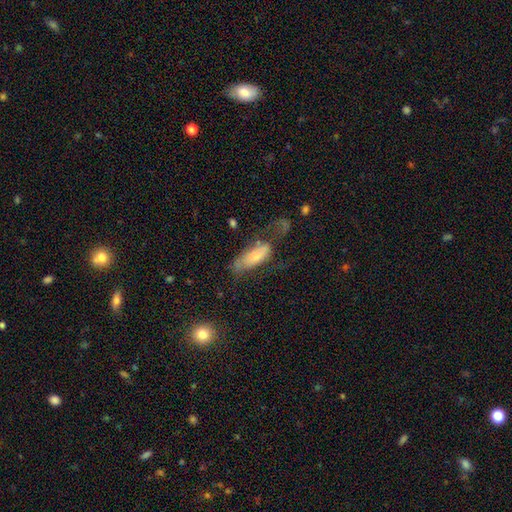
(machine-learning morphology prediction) Overall: smooth (63%; featured or disk 29%). How rounded: in between (72%). Merging: major disturbance (37%; none 32%).